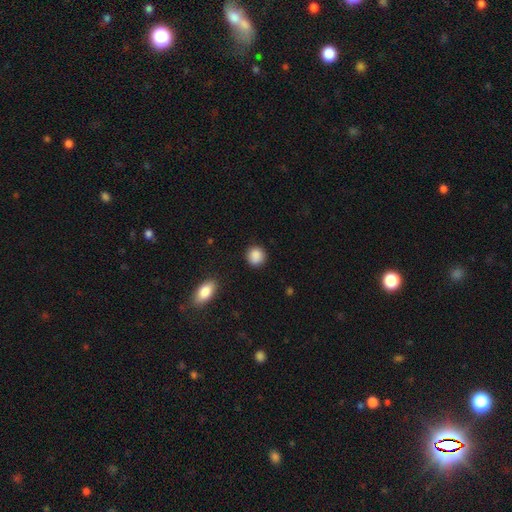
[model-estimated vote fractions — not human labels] smooth-or-featured: smooth: 89% | star or artifact: 8% | featured or disk: 3%
  how-rounded: round: 88% | in between: 11% | cigar-shaped: 1%
  merging: none: 88% | minor disturbance: 8% | major disturbance: 2% | merger: 1%